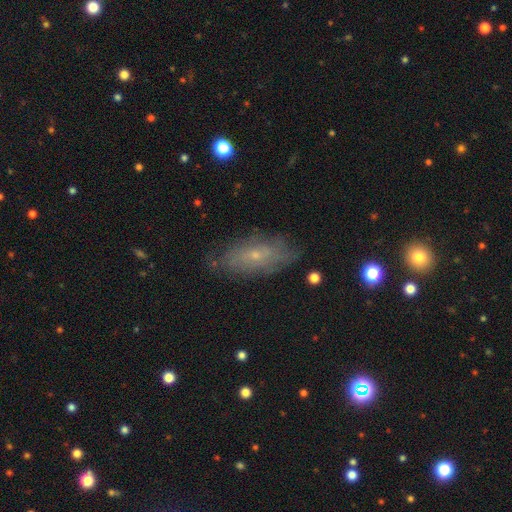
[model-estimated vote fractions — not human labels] A featured or disk galaxy (47%).

Vote fractions:
- Smooth or featured? featured or disk: 47% / smooth: 42% / star or artifact: 11%
- Merging? none: 76% / minor disturbance: 18% / major disturbance: 5% / merger: 2%